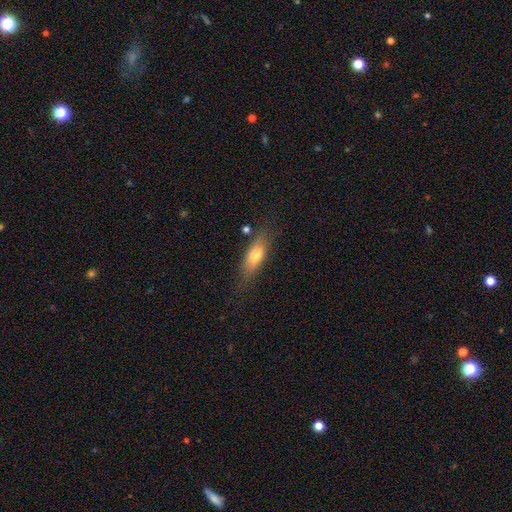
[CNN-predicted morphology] Smooth or featured? smooth (62%)
How rounded? in between (55%)
Merging? none (72%)